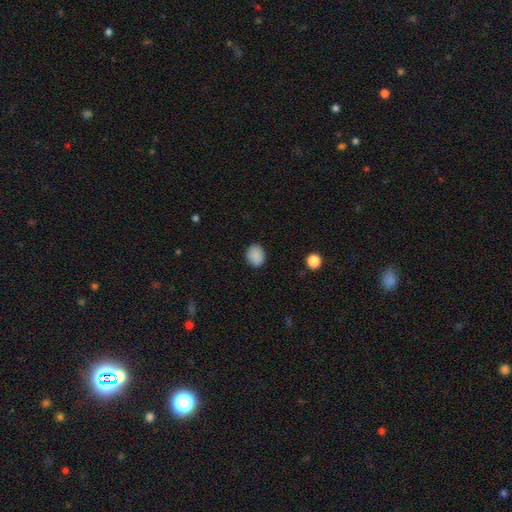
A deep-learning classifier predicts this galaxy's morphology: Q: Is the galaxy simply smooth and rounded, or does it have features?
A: smooth — 87%.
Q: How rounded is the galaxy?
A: round — 58%.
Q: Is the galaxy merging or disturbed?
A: none — 86%.